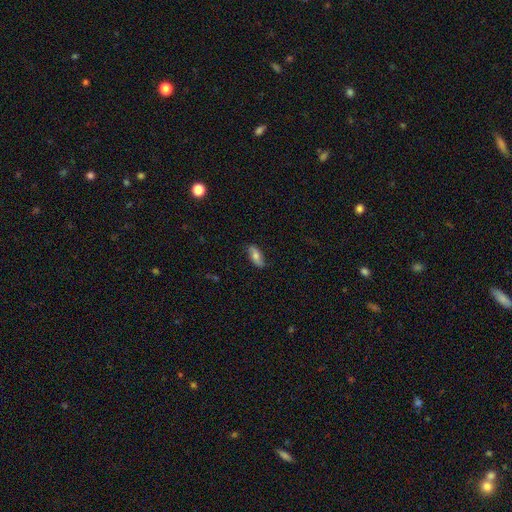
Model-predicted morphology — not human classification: The model was most divided on "smooth or featured": smooth: 63%, featured or disk: 30%, star or artifact: 7%. More confident: merging — none (80%); how rounded — in between (77%).